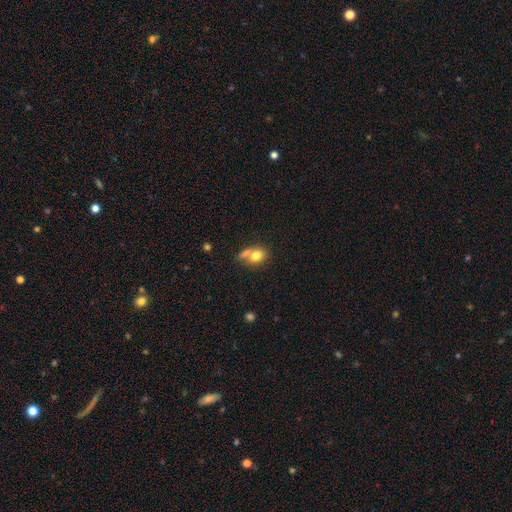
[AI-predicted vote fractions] A smooth galaxy with no disk features (76%) that is in between round and cigar-shaped (53%).

Vote fractions:
- Smooth or featured? smooth: 76% / featured or disk: 14% / star or artifact: 9%
- How rounded? in between: 53% / round: 45% / cigar-shaped: 2%
- Merging? none: 39% (tied) / merger: 39% (tied) / minor disturbance: 14% / major disturbance: 8%